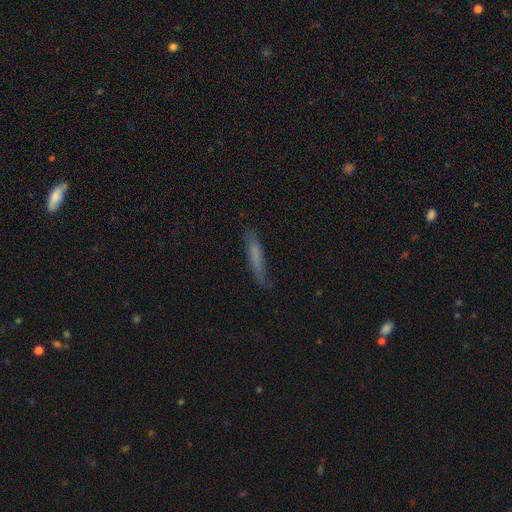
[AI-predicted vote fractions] Overall: smooth (64%; featured or disk 28%). How rounded: cigar-shaped (91%). Merging: none (73%).